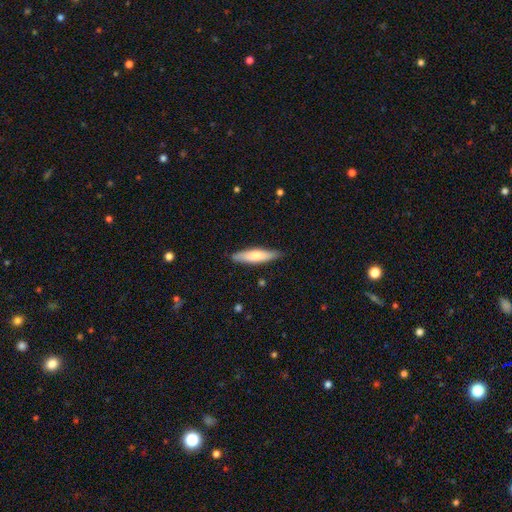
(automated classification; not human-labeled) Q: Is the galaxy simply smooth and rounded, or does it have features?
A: smooth — 70%.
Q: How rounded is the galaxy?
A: cigar-shaped — 76%.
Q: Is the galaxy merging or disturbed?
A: none — 86%.